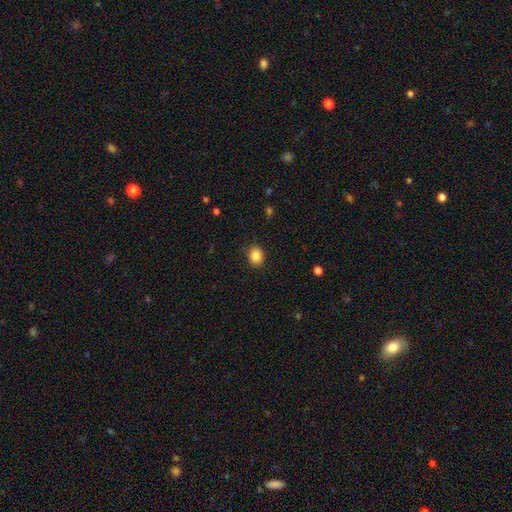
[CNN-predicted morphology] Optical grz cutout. It shows a smooth galaxy with no disk features (86%) that is round (73%). Merging: none (88%).